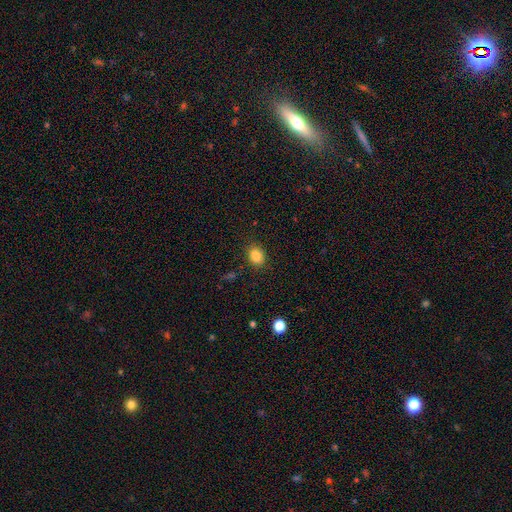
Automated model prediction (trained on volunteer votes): Morphology: type=smooth (84%); roundness=in between (58%); merging=none (87%).